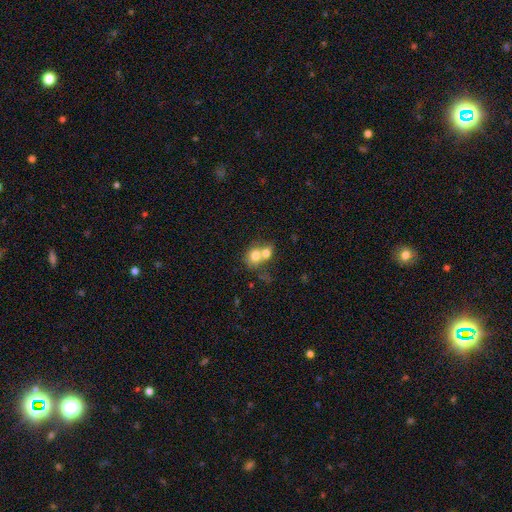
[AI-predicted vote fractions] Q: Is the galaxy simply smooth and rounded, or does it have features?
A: smooth — 73%.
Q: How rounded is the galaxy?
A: round — 65%.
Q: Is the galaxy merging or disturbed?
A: merger — 67%.